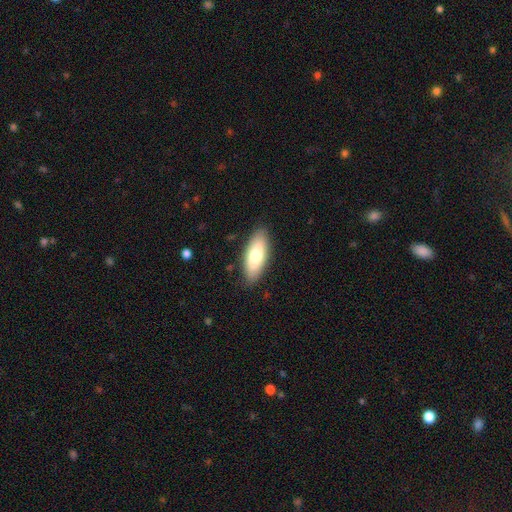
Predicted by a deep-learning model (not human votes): smooth 74%, featured or disk 21%, star or artifact 6%. Down the decision tree: how rounded — in between (79%); merging — none (86%).